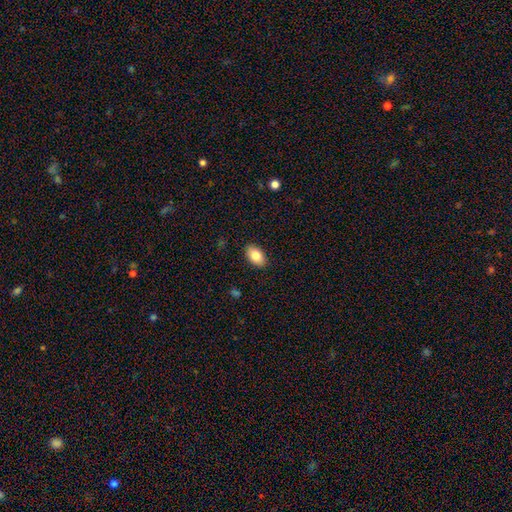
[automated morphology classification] type=smooth (83%); roundness=in between (92%); merging=none (89%).